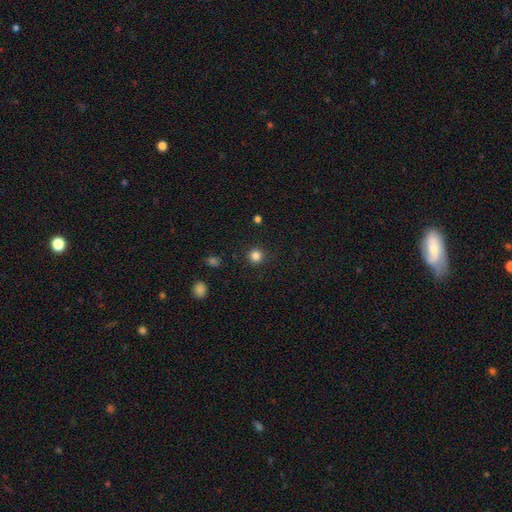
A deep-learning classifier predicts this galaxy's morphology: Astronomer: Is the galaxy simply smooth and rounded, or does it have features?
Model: smooth — 83%.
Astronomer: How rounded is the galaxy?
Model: round — 94%.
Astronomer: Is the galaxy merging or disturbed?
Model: none — 91%.